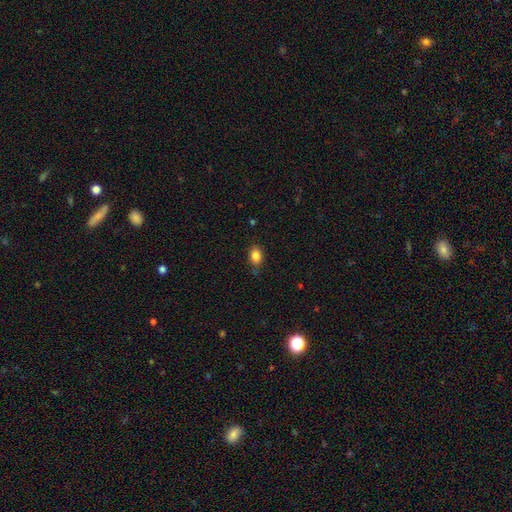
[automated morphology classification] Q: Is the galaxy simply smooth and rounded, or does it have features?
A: smooth — 86%.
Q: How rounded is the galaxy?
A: in between — 79%.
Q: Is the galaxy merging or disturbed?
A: none — 74%.